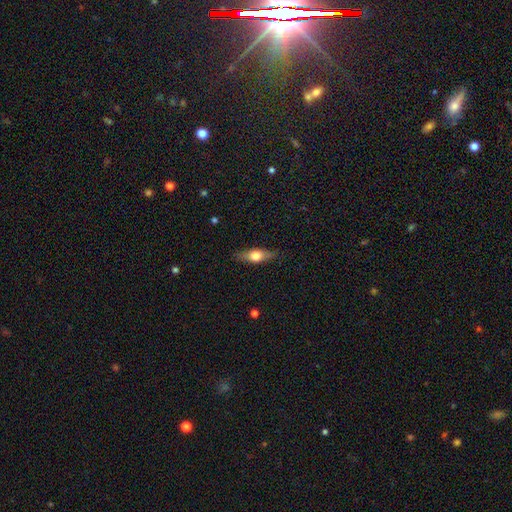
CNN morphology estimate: The model was most divided on "smooth or featured": smooth: 51%, featured or disk: 42%, star or artifact: 7%. More confident: merging — none (82%); how rounded — in between (59%).